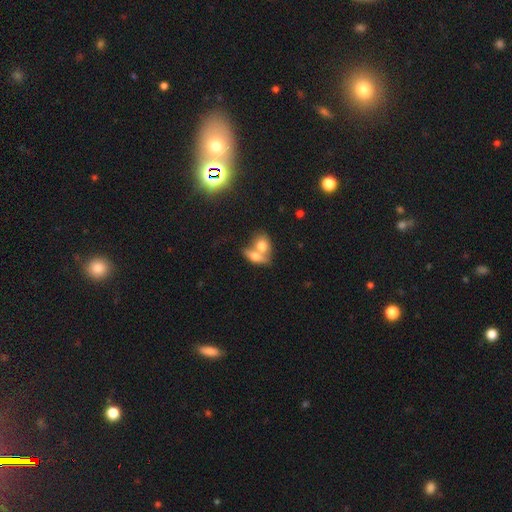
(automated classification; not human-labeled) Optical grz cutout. It shows a smooth galaxy with no disk features (66%) that is in between round and cigar-shaped (71%). Merging: merger (67%).